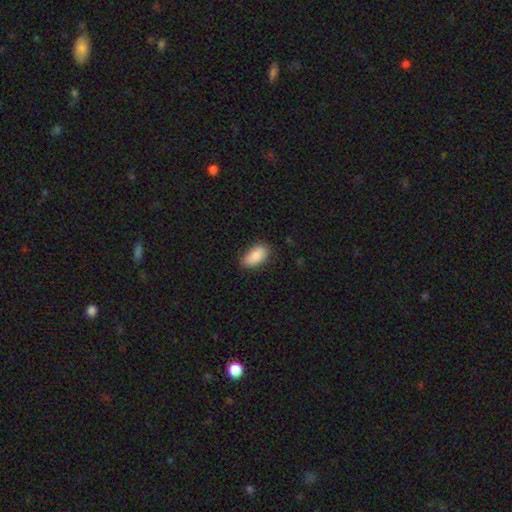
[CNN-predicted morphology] A smooth galaxy with no disk features (85%) that is in between round and cigar-shaped (93%). Merging: none (78%).